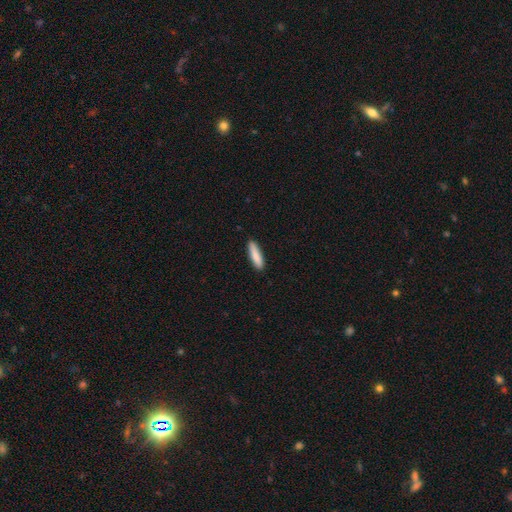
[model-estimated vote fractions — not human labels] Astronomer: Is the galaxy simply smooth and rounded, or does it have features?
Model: smooth — 88%.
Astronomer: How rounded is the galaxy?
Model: cigar-shaped — 76%.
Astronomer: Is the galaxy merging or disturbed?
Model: none — 89%.